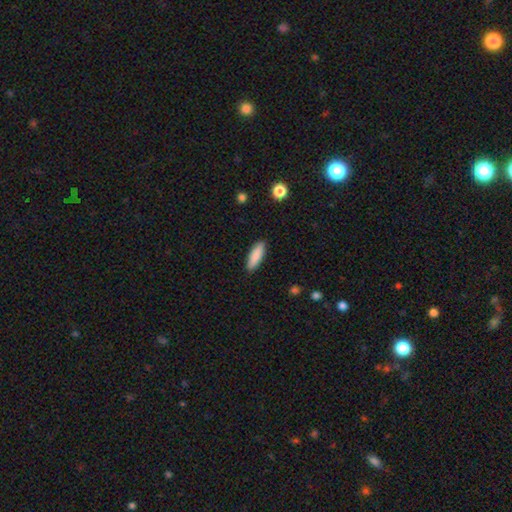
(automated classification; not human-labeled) Smooth or featured: smooth — 86% (featured or disk — 8%)
How rounded: cigar-shaped — 52% (in between — 46%)
Merging: none — 89% (minor disturbance — 8%)